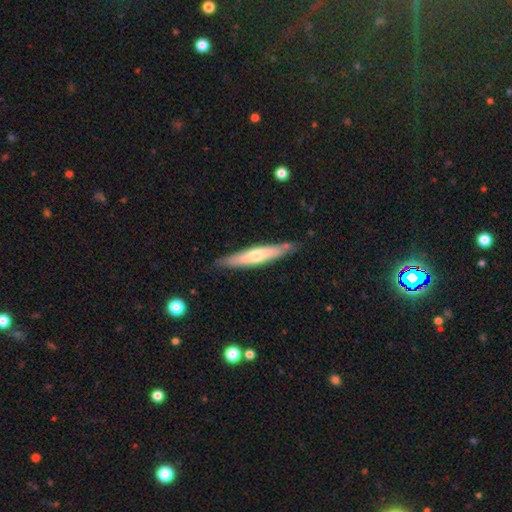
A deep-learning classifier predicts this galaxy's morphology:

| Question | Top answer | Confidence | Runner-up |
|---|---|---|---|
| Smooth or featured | featured or disk | 53% | smooth (41%) |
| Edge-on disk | yes | 89% | no (11%) |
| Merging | none | 86% | minor disturbance (10%) |